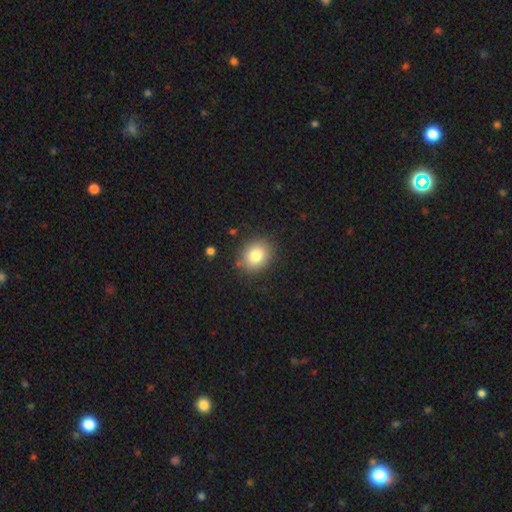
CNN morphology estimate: This is clearly a smooth galaxy (81%). How rounded: possibly round (59%). Merging: clearly none (86%).